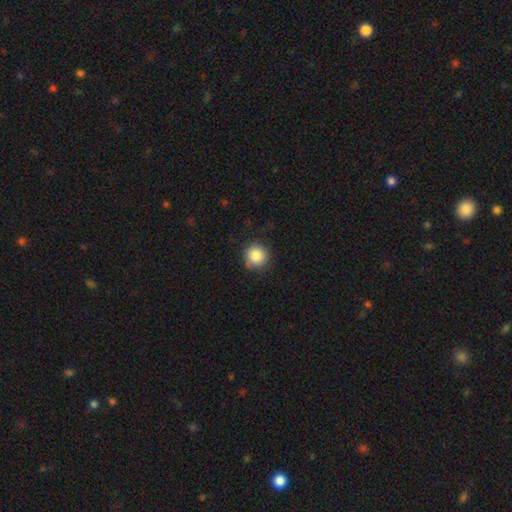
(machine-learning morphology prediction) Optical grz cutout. It shows a smooth galaxy with no disk features (85%) that is round (94%). Merging: none (84%).